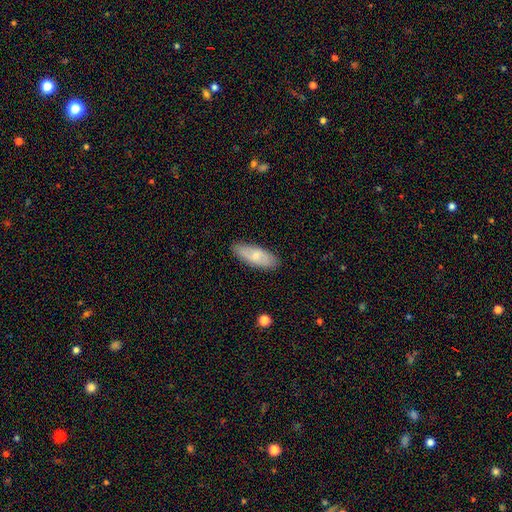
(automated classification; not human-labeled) smooth_or_featured: smooth (p=0.66) [alt: featured or disk p=0.28]
how_rounded: in between (p=0.73) [alt: cigar-shaped p=0.24]
merging: none (p=0.84) [alt: minor disturbance p=0.12]